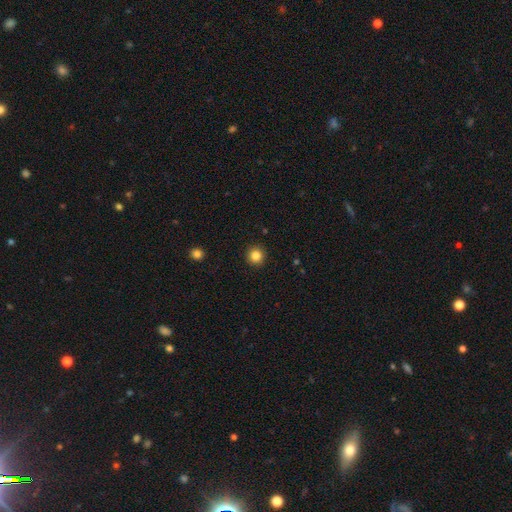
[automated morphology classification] Smooth or featured? smooth (84%)
How rounded? round (94%)
Merging? none (92%)